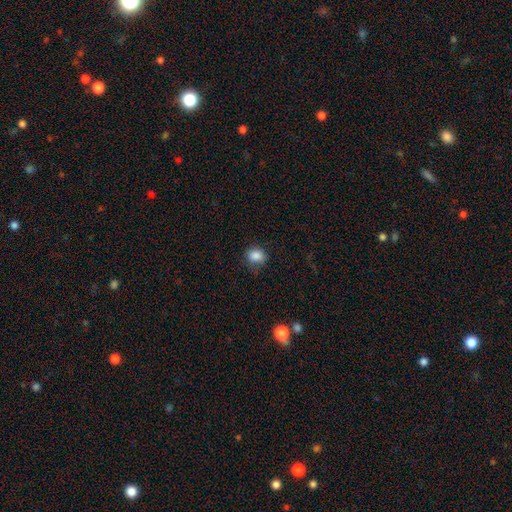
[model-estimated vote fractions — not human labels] smooth_or_featured: smooth (p=0.85) [alt: star or artifact p=0.10]
how_rounded: round (p=0.65) [alt: in between p=0.34]
merging: none (p=0.70) [alt: minor disturbance p=0.23]